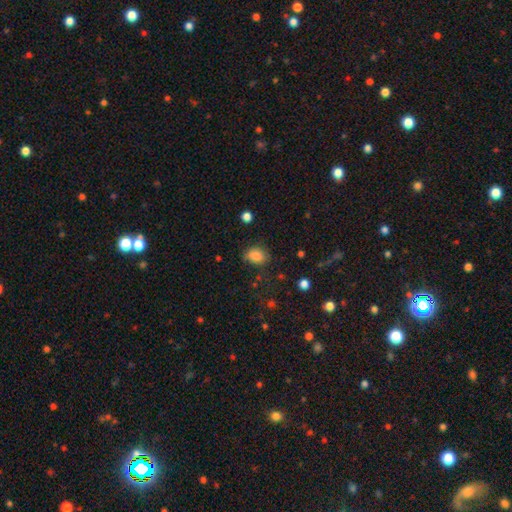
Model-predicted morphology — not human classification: smooth 85%, star or artifact 10%, featured or disk 6%. Down the decision tree: how rounded — in between (68%); merging — none (70%).